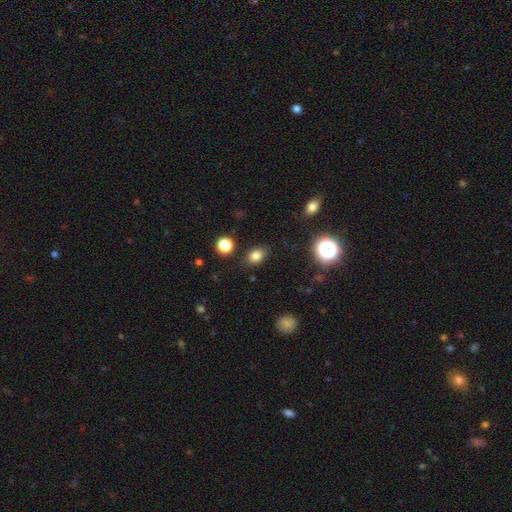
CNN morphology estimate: Smooth or featured: smooth — 80% (star or artifact — 14%)
How rounded: in between — 73% (round — 26%)
Merging: none — 84% (minor disturbance — 11%)